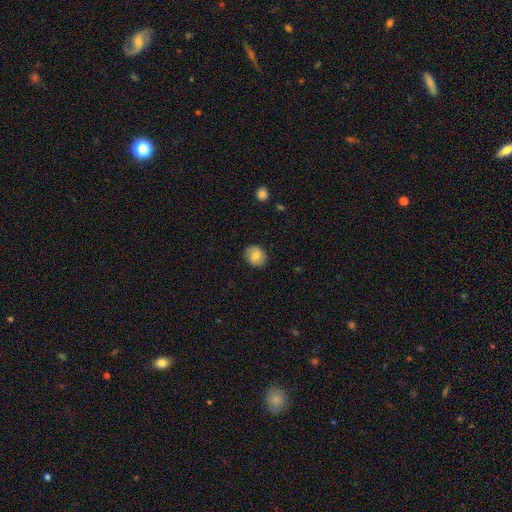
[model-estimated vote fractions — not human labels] Smooth or featured? Predicted: smooth (p=0.79). How rounded? Predicted: round (p=0.72). Merging? Predicted: none (p=0.86).